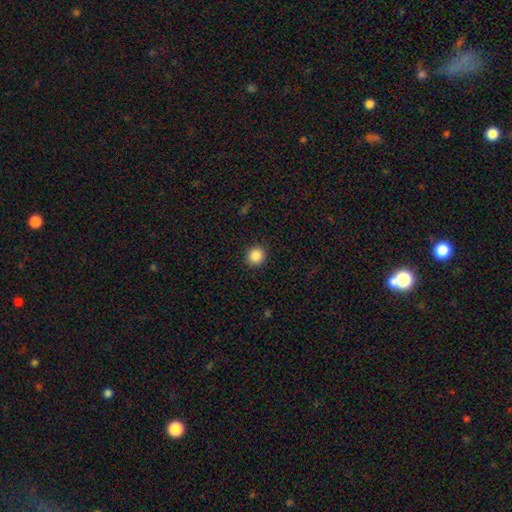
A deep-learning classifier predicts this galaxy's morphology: Smooth or featured? Predicted: smooth (p=0.87). How rounded? Predicted: round (p=0.91). Merging? Predicted: none (p=0.91).